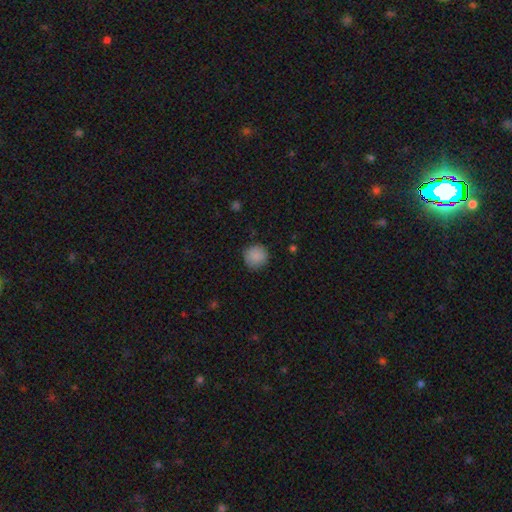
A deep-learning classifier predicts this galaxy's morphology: This appears to be a smooth galaxy with no disk features (88%) that is round (94%). Merging: none (88%).